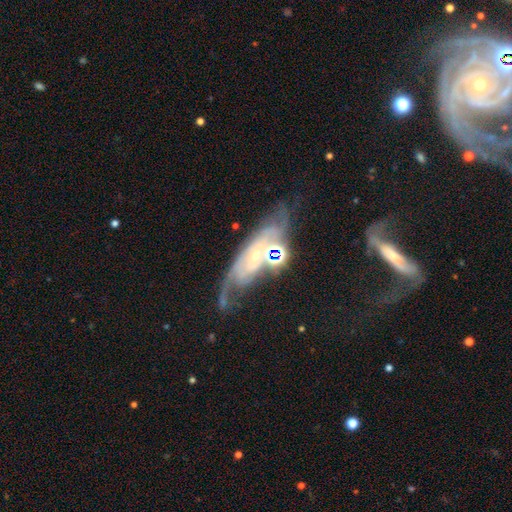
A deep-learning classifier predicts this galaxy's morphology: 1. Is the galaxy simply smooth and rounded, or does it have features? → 78% featured or disk, 12% smooth, 10% star or artifact.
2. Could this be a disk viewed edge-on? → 87% no, 13% yes.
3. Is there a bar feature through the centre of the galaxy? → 66% no, 25% weak, 9% strong.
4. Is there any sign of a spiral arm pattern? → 89% yes, 11% no.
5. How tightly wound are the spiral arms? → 54% tight, 33% medium, 14% loose.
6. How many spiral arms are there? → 38% can't tell, 37% 2, 10% 3, 6% 1, 5% 4, 4% more than 4.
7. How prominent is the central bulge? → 77% small, 18% moderate, 3% none, 1% large, 1% dominant.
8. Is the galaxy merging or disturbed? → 49% none, 23% minor disturbance, 16% major disturbance, 12% merger.